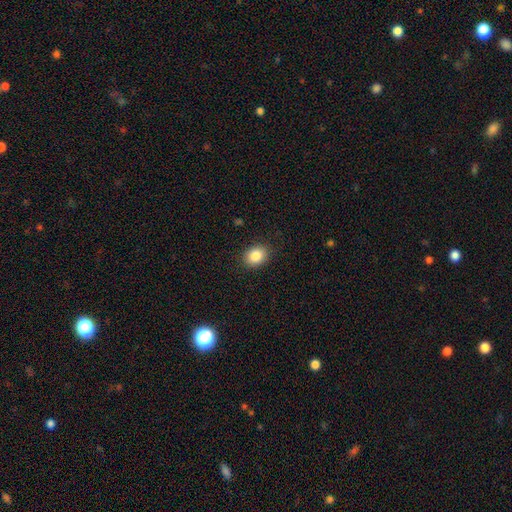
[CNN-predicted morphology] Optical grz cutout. It shows a smooth galaxy with no disk features (86%) that is in between round and cigar-shaped (54%). Merging: none (88%).